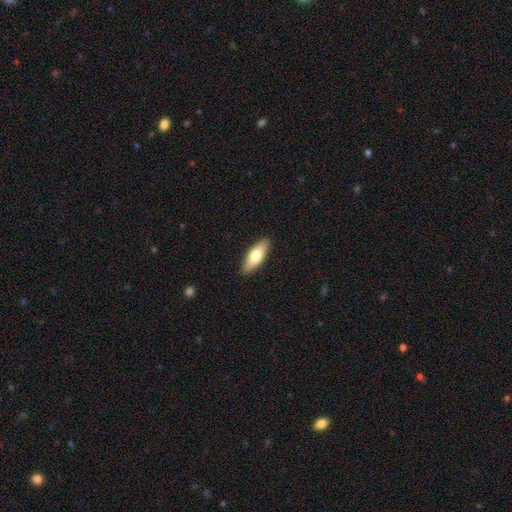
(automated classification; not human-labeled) smooth-or-featured: smooth: 69% | featured or disk: 26% | star or artifact: 5%
  how-rounded: in between: 64% | cigar-shaped: 34% | round: 2%
  merging: none: 90% | minor disturbance: 8% | major disturbance: 2% | merger: 1%